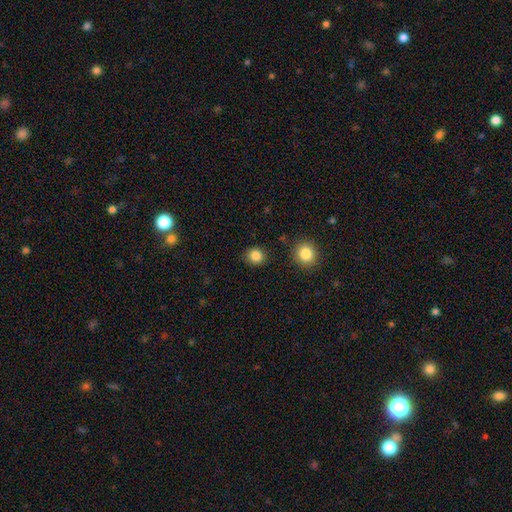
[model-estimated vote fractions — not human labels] This is clearly a smooth galaxy (85%). How rounded: clearly round (87%). Merging: clearly none (89%).